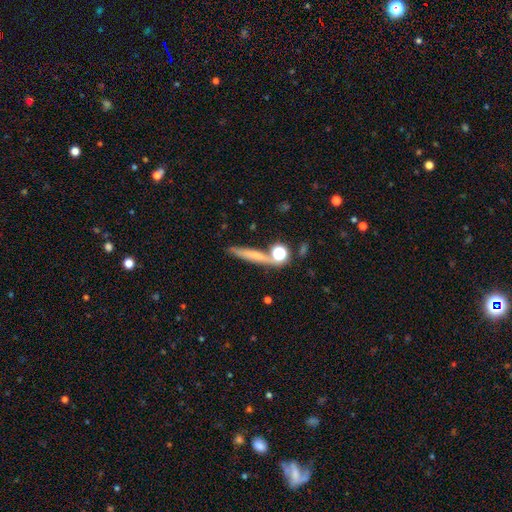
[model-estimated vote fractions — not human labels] This appears to be a smooth galaxy with no disk features (54%) that is cigar-shaped (79%). Merging: none (73%).